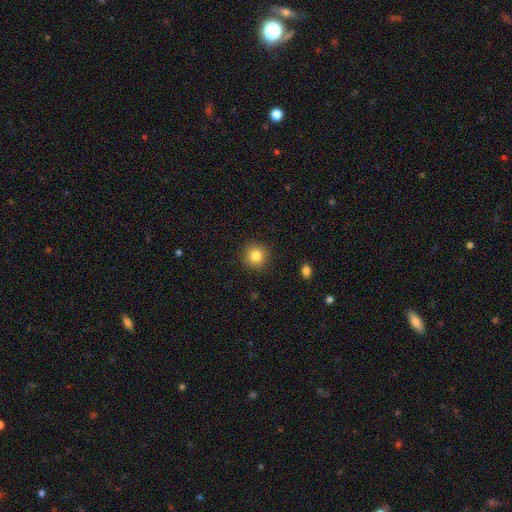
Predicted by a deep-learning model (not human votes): smooth_or_featured: smooth (p=0.84) [alt: star or artifact p=0.10]
how_rounded: round (p=0.92) [alt: in between p=0.07]
merging: none (p=0.90) [alt: minor disturbance p=0.07]